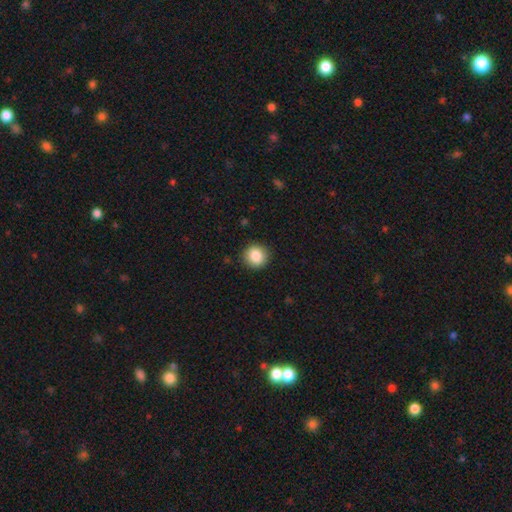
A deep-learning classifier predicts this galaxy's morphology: Overall: smooth (86%). How rounded: round (91%). Merging: none (90%).